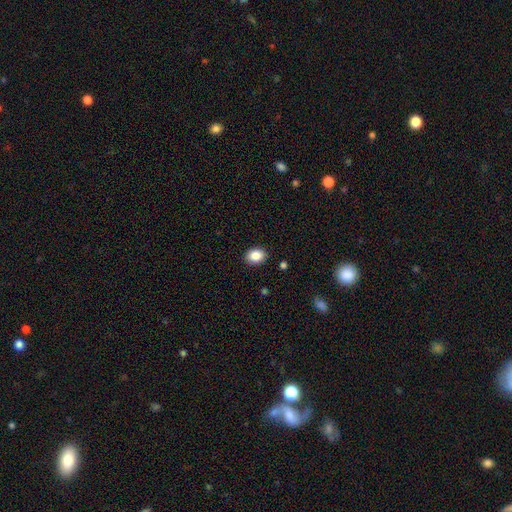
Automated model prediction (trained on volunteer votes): Smooth or featured: smooth — 86% (star or artifact — 9%)
How rounded: in between — 63% (round — 37%)
Merging: none — 89% (minor disturbance — 8%)